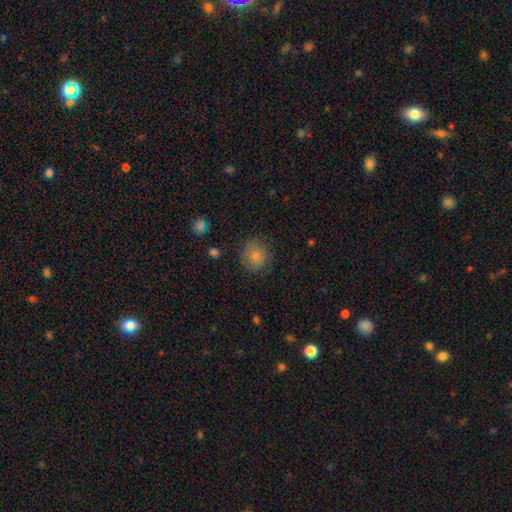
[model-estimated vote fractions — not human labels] A smooth galaxy with no disk features (80%) that is round (87%).

Vote fractions:
- Smooth or featured? smooth: 80% / featured or disk: 11% / star or artifact: 9%
- How rounded? round: 87% / in between: 12% / cigar-shaped: 1%
- Merging? none: 78% / minor disturbance: 15% / major disturbance: 5% / merger: 1%